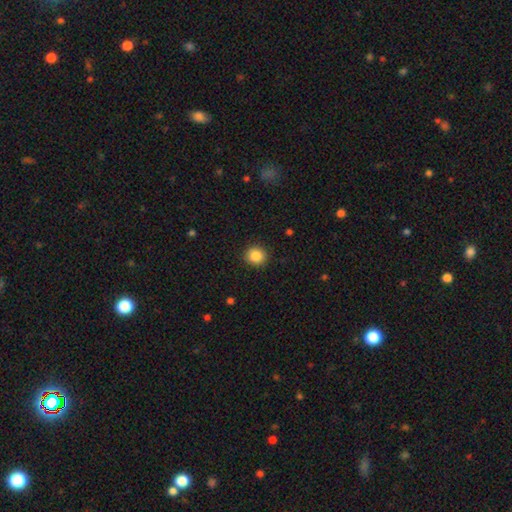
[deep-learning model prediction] Smooth or featured? Predicted: smooth (p=0.87). How rounded? Predicted: round (p=0.88). Merging? Predicted: none (p=0.91).